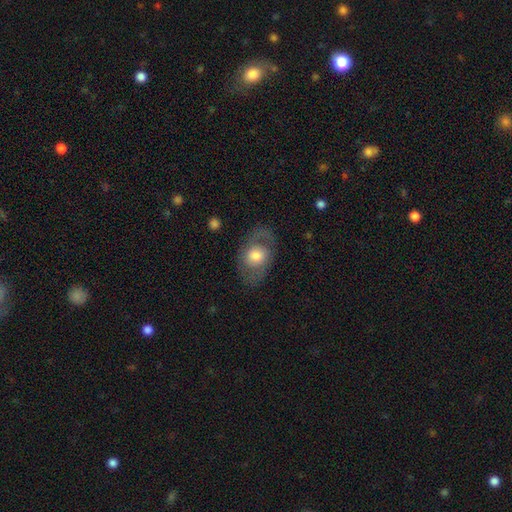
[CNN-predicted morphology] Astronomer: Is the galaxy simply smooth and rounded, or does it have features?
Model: smooth — 54% (runner-up: featured or disk, 40%).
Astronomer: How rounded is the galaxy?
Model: in between — 67%.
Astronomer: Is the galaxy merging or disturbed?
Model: none — 73%.